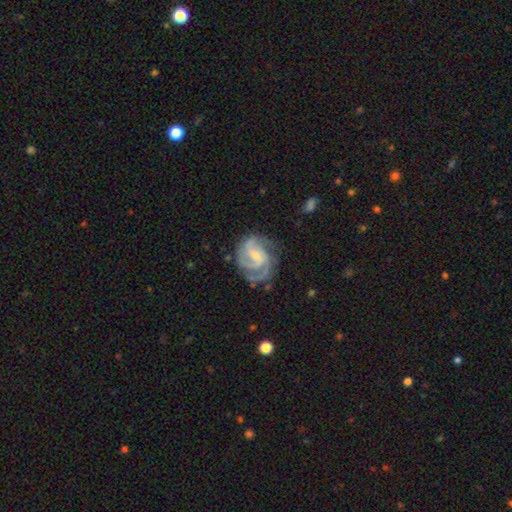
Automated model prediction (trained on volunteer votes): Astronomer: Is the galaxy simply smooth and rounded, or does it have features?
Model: featured or disk — 87%.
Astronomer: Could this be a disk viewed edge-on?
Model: no — 98%.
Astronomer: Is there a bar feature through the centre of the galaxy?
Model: weak — 50% (runner-up: no, 35%).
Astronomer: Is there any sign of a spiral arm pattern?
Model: yes — 97%.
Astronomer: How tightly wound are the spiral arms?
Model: medium — 45% (runner-up: tight, 44%).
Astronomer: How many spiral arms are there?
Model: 2 — 41% (runner-up: 3, 30%).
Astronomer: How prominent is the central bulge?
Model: small — 66%.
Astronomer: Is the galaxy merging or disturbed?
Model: none — 62%.